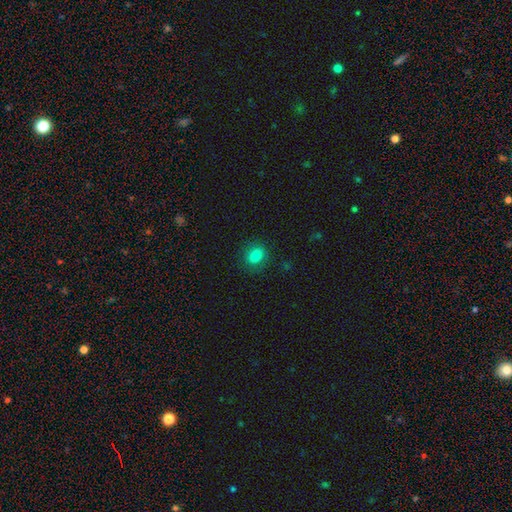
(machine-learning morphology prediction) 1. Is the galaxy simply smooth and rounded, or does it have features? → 81% smooth, 11% star or artifact, 7% featured or disk.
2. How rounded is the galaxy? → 53% round, 46% in between, 1% cigar-shaped.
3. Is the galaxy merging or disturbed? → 83% none, 12% minor disturbance, 4% major disturbance, 1% merger.